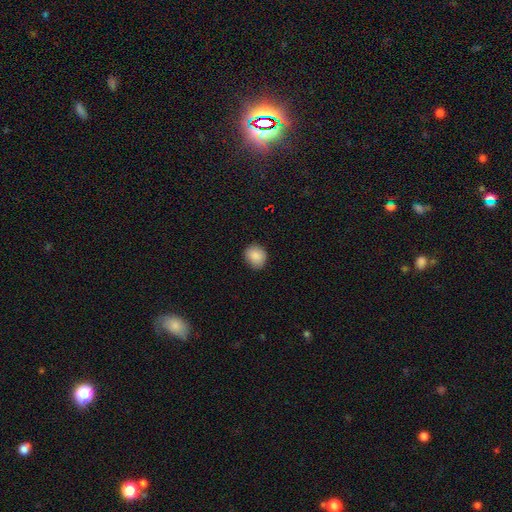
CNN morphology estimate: Q: Smooth or featured?
A: smooth (87%); runner-up: star or artifact (8%)
Q: How rounded?
A: round (75%); runner-up: in between (24%)
Q: Merging?
A: none (87%); runner-up: minor disturbance (10%)